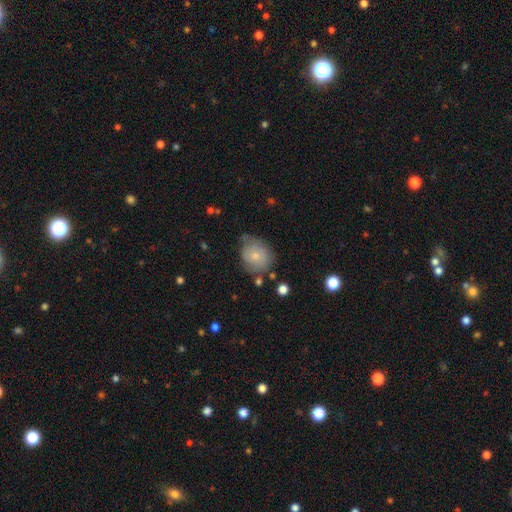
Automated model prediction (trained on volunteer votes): Smooth or featured? smooth (75%)
How rounded? round (75%)
Merging? none (61%)